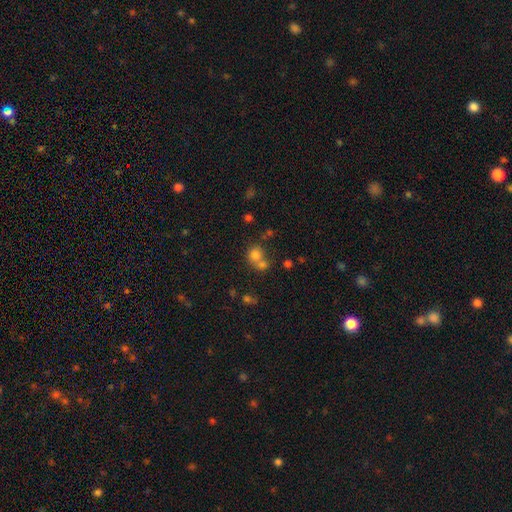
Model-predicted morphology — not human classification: This appears to be a smooth galaxy with no disk features (74%) that is round (81%). Merging: merger (46%).